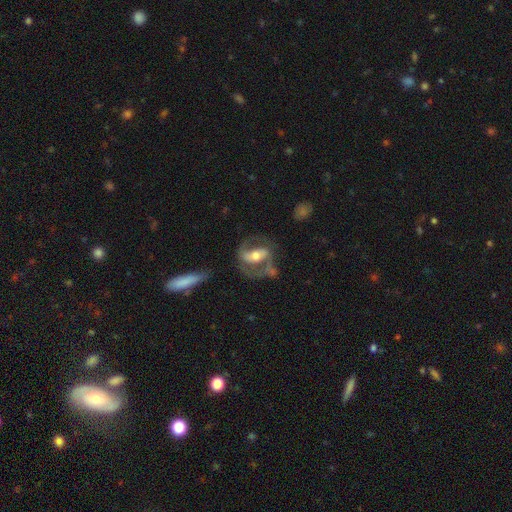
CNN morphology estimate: This is clearly a featured or disk galaxy (80%). It is clearly not viewed edge-on (93%). Bar: possibly strong (52%). Spiral arm pattern: clearly yes (84%). Spiral arm count: clearly 2 (87%). Spiral winding: possibly medium (53%). Central bulge: likely moderate (65%). Merging: possibly none (58%).